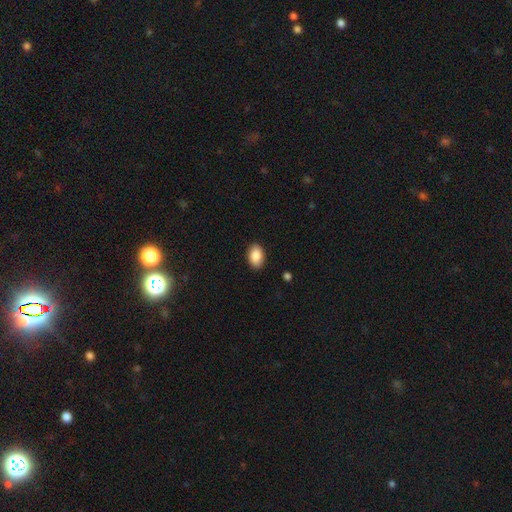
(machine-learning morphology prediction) Q: Smooth or featured?
A: smooth (89%); runner-up: star or artifact (7%)
Q: How rounded?
A: in between (89%); runner-up: round (10%)
Q: Merging?
A: none (89%); runner-up: minor disturbance (8%)